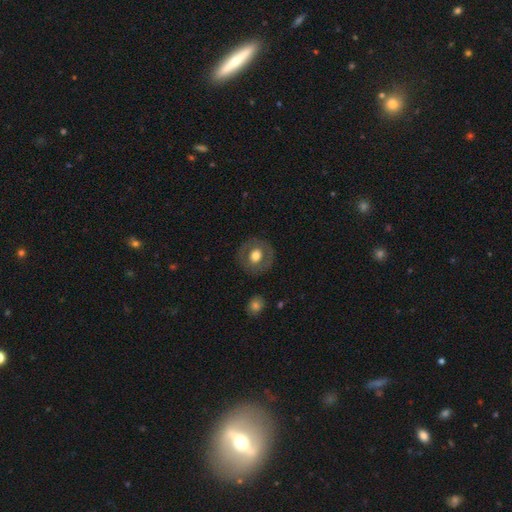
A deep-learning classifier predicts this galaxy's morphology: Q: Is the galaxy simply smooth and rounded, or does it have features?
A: smooth — 57%.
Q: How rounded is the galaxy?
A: round — 85%.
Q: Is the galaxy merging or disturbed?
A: none — 86%.